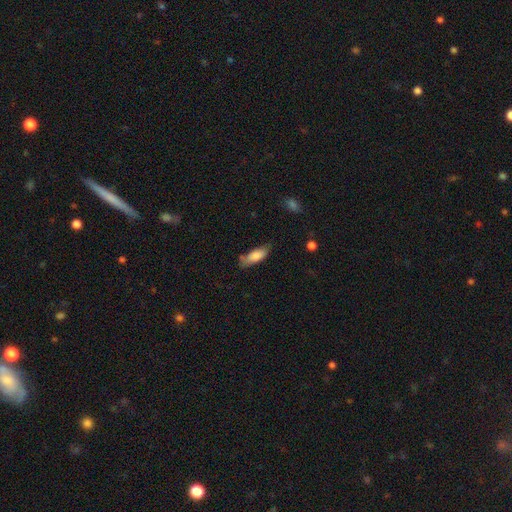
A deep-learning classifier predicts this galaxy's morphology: type=smooth (80%); roundness=in between (69%); merging=none (62%).